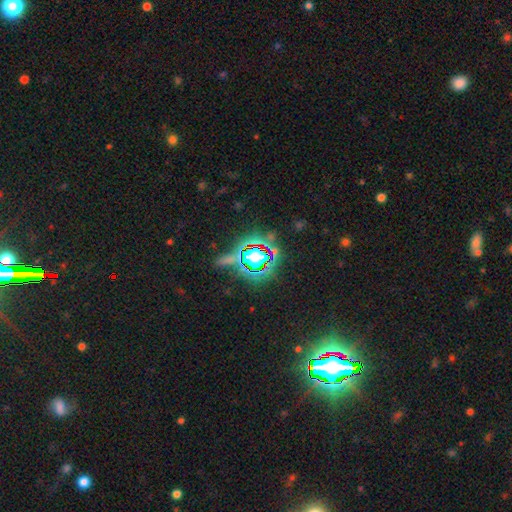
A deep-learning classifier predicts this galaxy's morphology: A star or artifact, not a galaxy (83%).